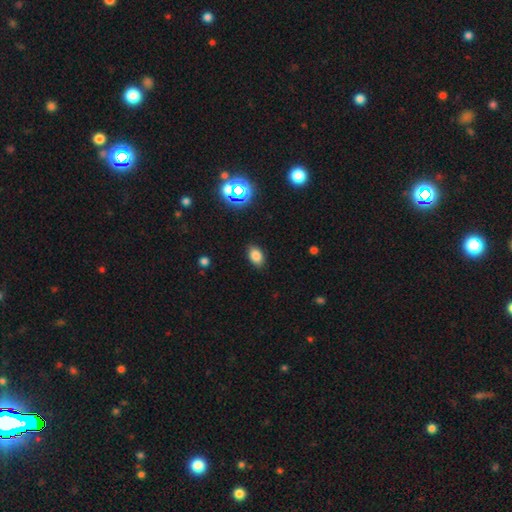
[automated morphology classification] This is likely a smooth galaxy (80%). How rounded: clearly in between (86%). Merging: clearly none (87%).